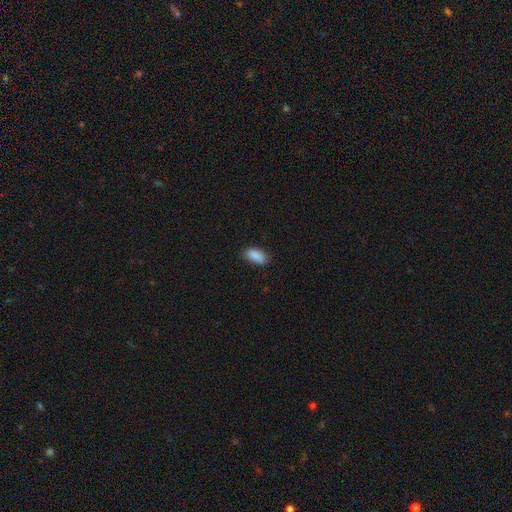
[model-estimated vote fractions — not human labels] Smooth or featured: smooth — 89% (star or artifact — 7%)
How rounded: in between — 91% (cigar-shaped — 5%)
Merging: none — 78% (minor disturbance — 18%)